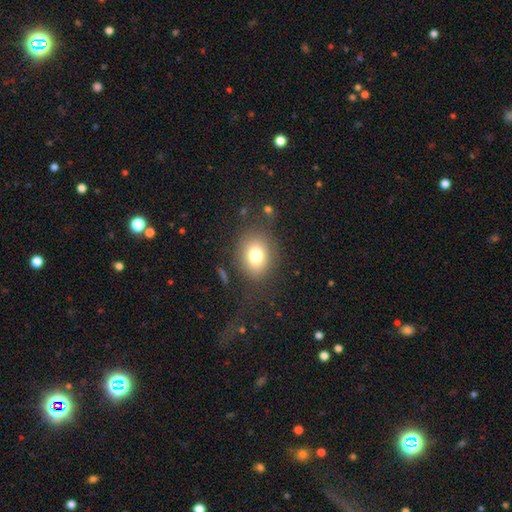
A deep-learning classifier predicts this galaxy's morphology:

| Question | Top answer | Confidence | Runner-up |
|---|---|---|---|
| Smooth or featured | smooth | 76% | featured or disk (13%) |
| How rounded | round | 52% | in between (47%) |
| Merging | none | 75% | minor disturbance (13%) |